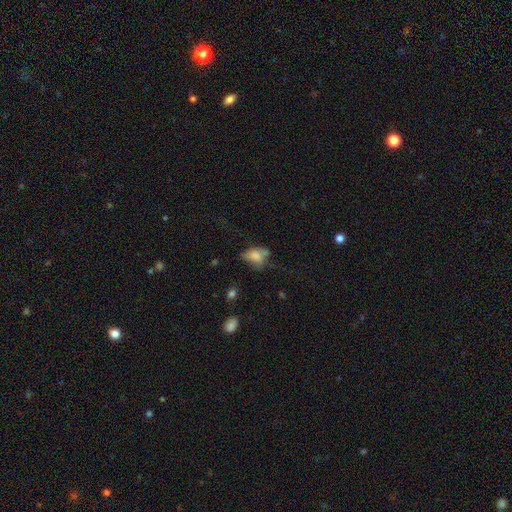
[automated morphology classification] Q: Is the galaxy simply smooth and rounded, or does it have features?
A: smooth — 66%.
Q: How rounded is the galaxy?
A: in between — 79%.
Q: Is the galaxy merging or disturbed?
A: none — 31%.